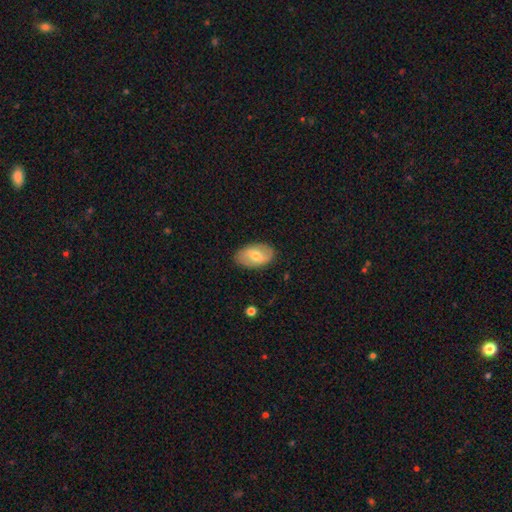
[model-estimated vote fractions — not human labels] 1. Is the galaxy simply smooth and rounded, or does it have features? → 49% smooth, 45% featured or disk, 6% star or artifact.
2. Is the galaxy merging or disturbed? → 85% none, 11% minor disturbance, 3% major disturbance, 1% merger.